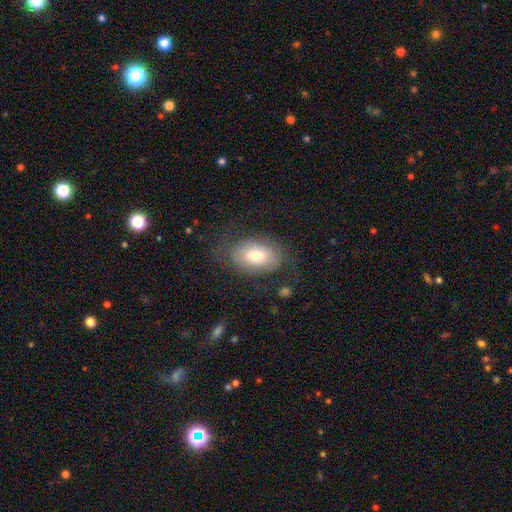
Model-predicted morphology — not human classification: Smooth or featured? smooth (55%)
How rounded? in between (87%)
Merging? none (64%)